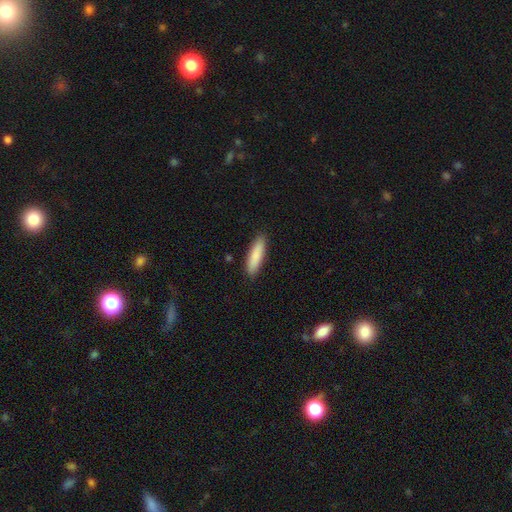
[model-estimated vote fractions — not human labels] The model was most divided on "how rounded": cigar-shaped: 66%, in between: 33%, round: 1%. More confident: merging — none (90%); smooth or featured — smooth (88%).